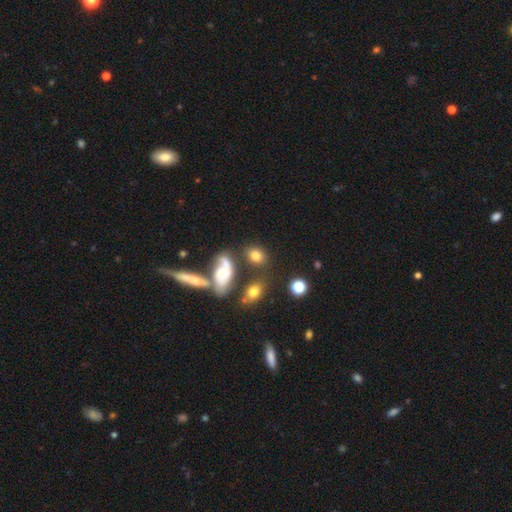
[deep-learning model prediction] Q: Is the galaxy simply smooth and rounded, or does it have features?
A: smooth — 74%.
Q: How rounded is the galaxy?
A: in between — 54%.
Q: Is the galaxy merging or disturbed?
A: none — 64%.